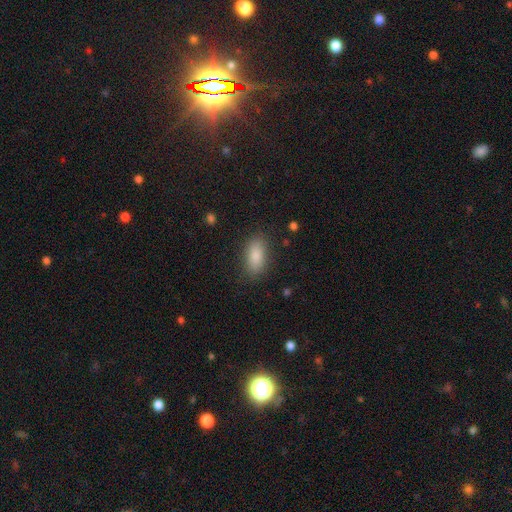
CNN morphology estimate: smooth_or_featured: smooth (p=0.86) [alt: star or artifact p=0.07]
how_rounded: in between (p=0.88) [alt: cigar-shaped p=0.08]
merging: none (p=0.84) [alt: minor disturbance p=0.11]